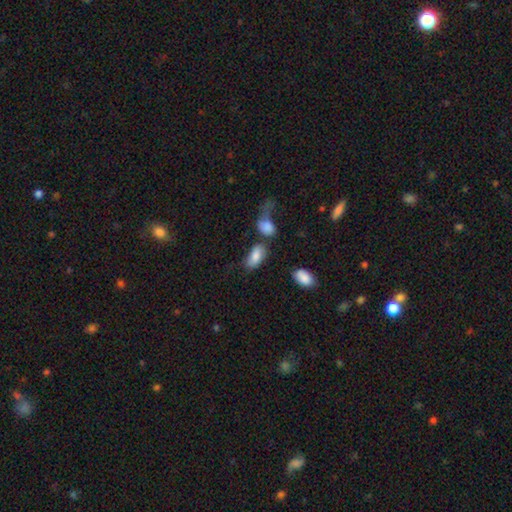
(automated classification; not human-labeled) Smooth or featured?
  - smooth: 82% *
  - featured or disk: 10%
  - star or artifact: 7%
How rounded?
  - in between: 93% *
  - round: 4%
  - cigar-shaped: 3%
Merging?
  - none: 44% *
  - minor disturbance: 21%
  - merger: 20%
  - major disturbance: 15%